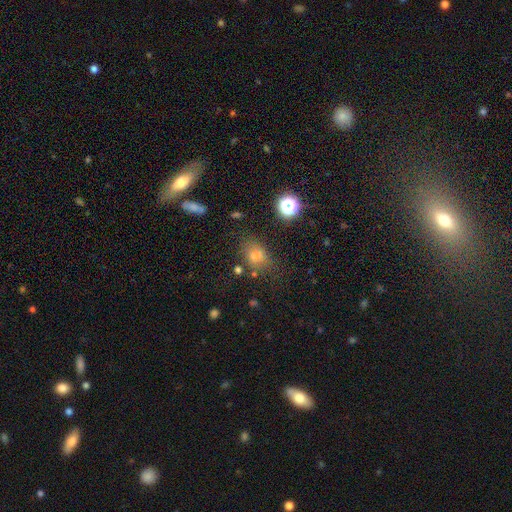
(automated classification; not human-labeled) A smooth galaxy with no disk features (68%) that is in between round and cigar-shaped (62%). Merging: none (70%).